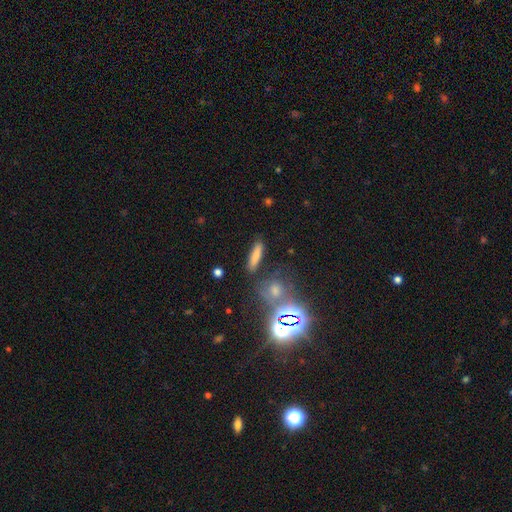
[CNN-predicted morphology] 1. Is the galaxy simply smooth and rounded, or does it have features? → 75% smooth, 14% star or artifact, 12% featured or disk.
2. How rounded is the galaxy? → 72% cigar-shaped, 23% in between, 5% round.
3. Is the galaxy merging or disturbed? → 82% none, 10% minor disturbance, 5% merger, 3% major disturbance.